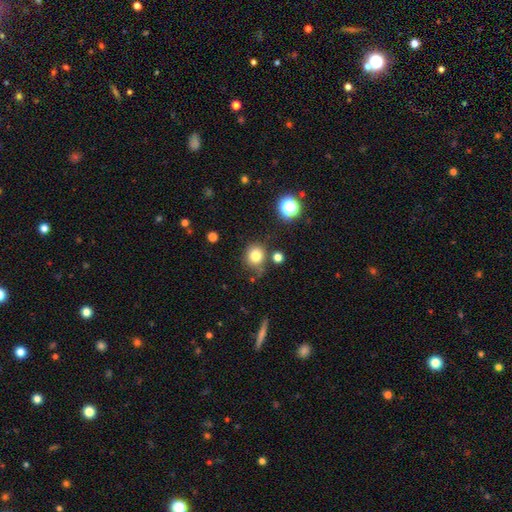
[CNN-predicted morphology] Smooth or featured? Predicted: smooth (p=0.79). How rounded? Predicted: round (p=0.83). Merging? Predicted: none (p=0.73).